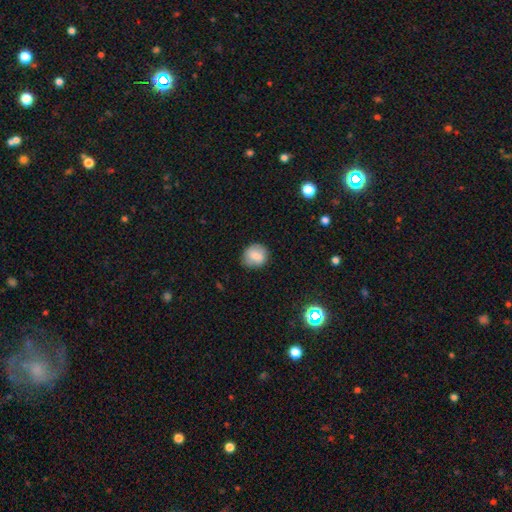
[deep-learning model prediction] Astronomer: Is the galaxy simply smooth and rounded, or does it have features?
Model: smooth — 80%.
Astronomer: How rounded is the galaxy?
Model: round — 80%.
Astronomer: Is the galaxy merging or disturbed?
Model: none — 81%.